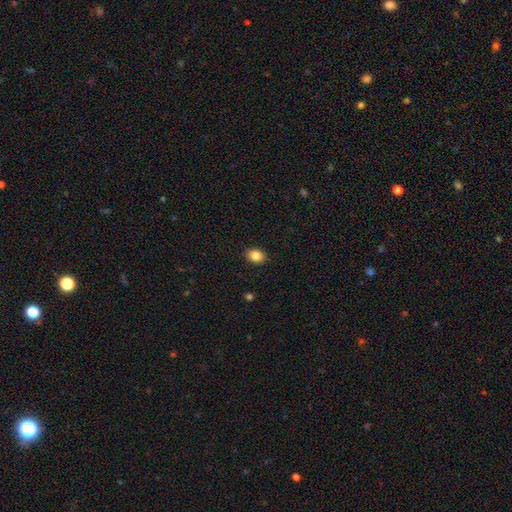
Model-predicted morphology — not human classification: Smooth or featured? smooth (85%)
How rounded? in between (54%)
Merging? none (89%)